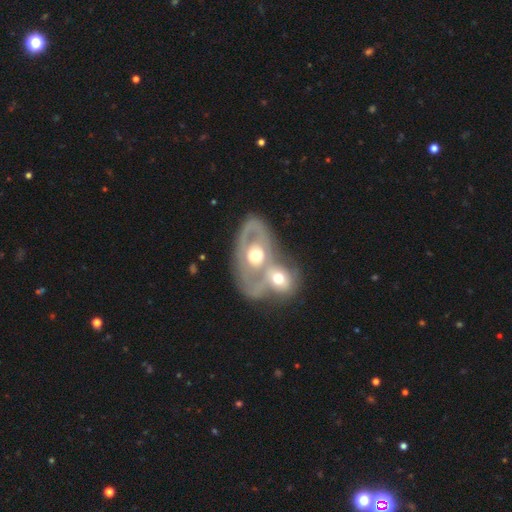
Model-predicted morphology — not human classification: Smooth or featured? featured or disk (67%)
Edge-on disk? no (94%)
Bar? no (86%)
Spiral arms? no (68%)
Bulge size? moderate (72%)
Merging? merger (66%)